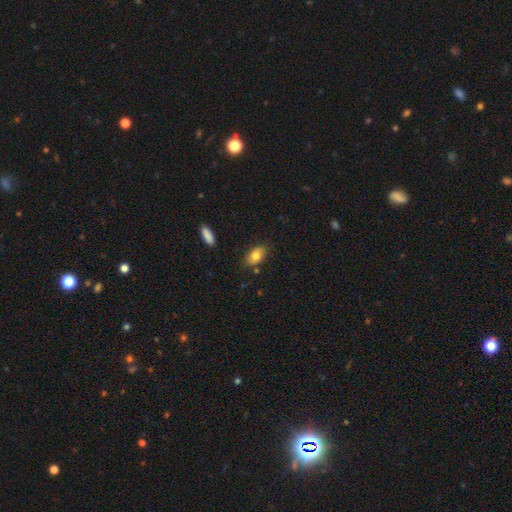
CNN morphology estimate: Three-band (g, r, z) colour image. It shows a smooth galaxy with no disk features (81%) that is in between round and cigar-shaped (91%). Merging: none (80%).